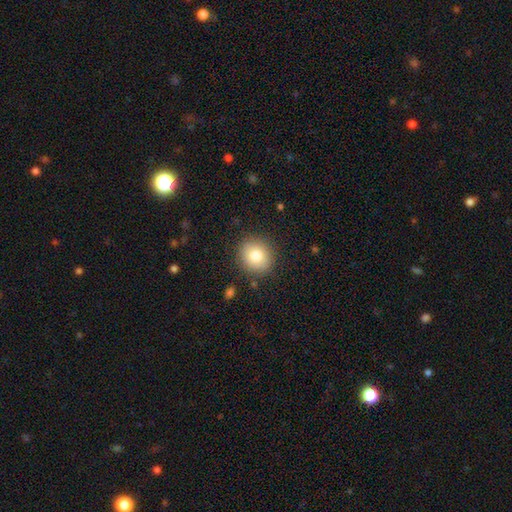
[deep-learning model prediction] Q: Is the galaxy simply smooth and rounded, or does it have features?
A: smooth — 80%.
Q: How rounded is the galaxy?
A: round — 83%.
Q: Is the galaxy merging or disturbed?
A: none — 88%.